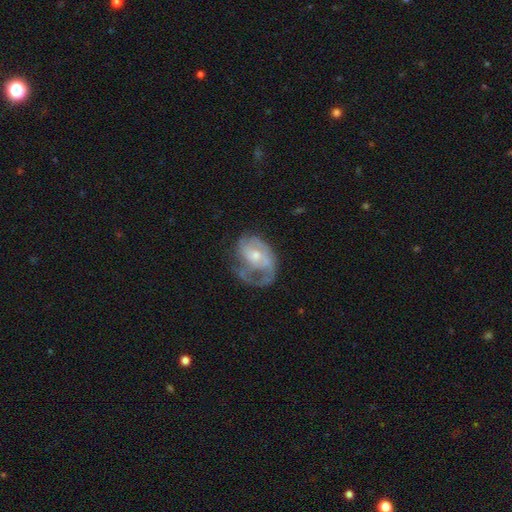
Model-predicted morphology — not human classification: smooth-or-featured: featured or disk: 71% | smooth: 23% | star or artifact: 7%
  disk-edge-on: no: 97% | yes: 3%
    bar: no: 67% | weak: 29% | strong: 5%
    has-spiral-arms: yes: 75% | no: 25%
      spiral-winding: medium: 40% | tight: 34% | loose: 26%
      spiral-arm-count: 1: 30% | can't tell: 29% | 2: 29% | 3: 8% | 4: 3% | more than 4: 2%
    bulge-size: moderate: 48% | small: 44% | large: 4% | none: 4% | dominant: 1%
  merging: major disturbance: 39% | none: 33% | minor disturbance: 25% | merger: 3%